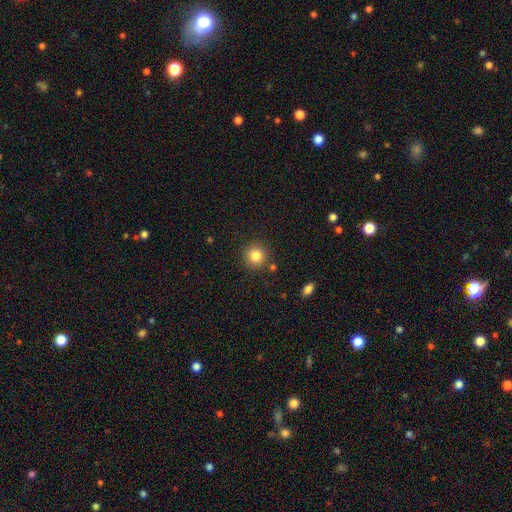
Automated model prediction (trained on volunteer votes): Smooth or featured? smooth (83%)
How rounded? round (94%)
Merging? none (87%)